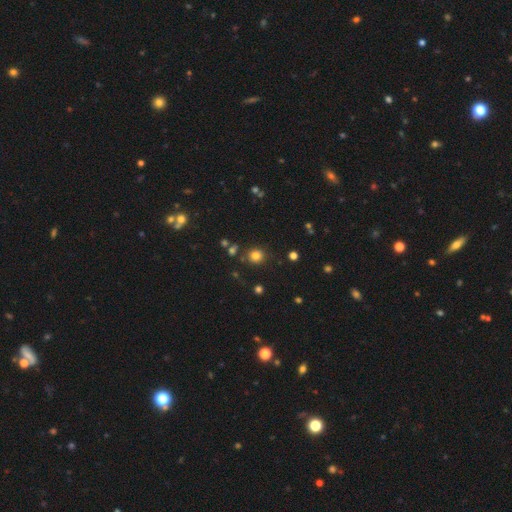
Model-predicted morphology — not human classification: Smooth or featured? smooth (79%)
How rounded? round (89%)
Merging? none (85%)